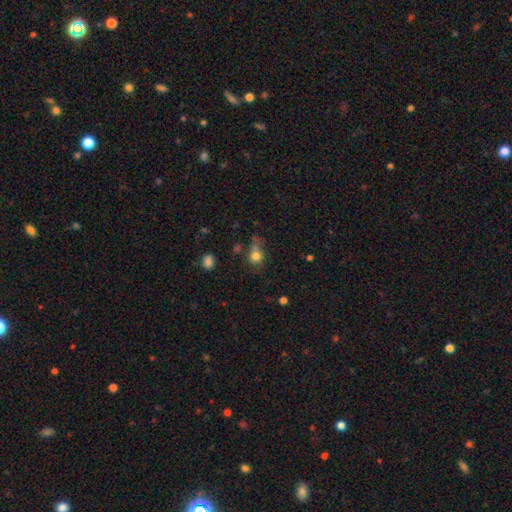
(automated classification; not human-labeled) This appears to be a smooth galaxy with no disk features (79%) that is round (74%). Merging: none (48%).